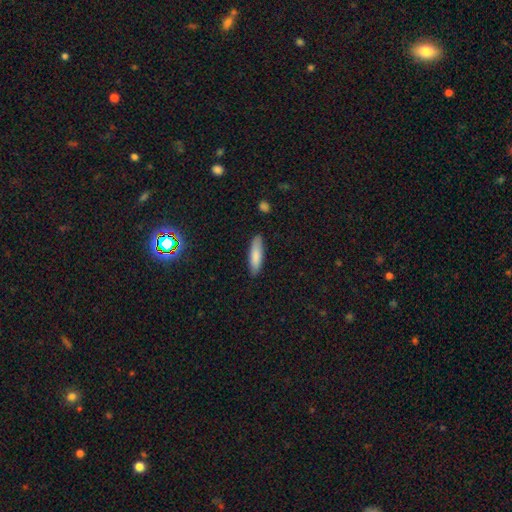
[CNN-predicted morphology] Q: Smooth or featured?
A: smooth (83%); runner-up: featured or disk (11%)
Q: How rounded?
A: cigar-shaped (62%); runner-up: in between (37%)
Q: Merging?
A: none (86%); runner-up: minor disturbance (11%)